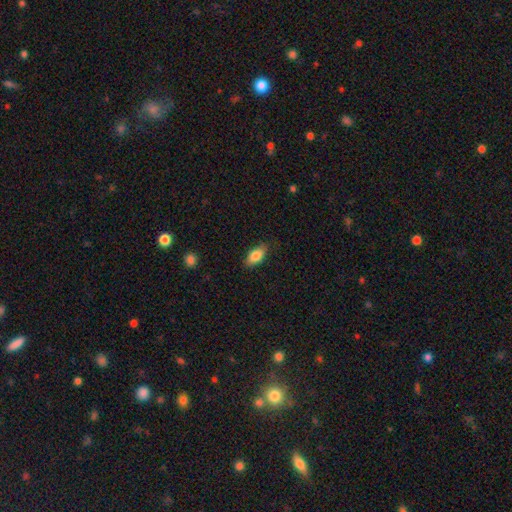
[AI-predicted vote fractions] This appears to be a smooth galaxy with no disk features (84%) that is in between round and cigar-shaped (88%). Merging: none (83%).